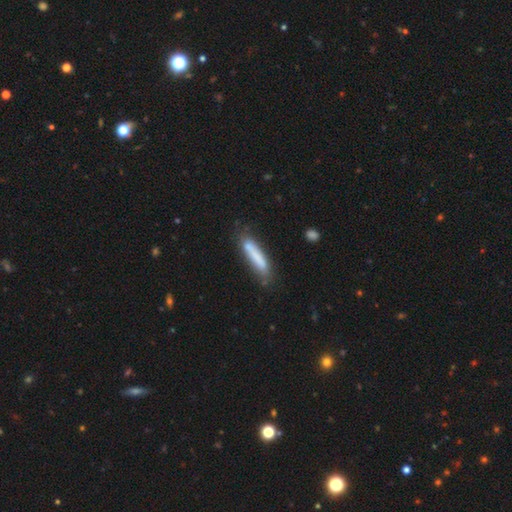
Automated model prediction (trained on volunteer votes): Smooth or featured?
  - smooth: 74% *
  - featured or disk: 19%
  - star or artifact: 7%
How rounded?
  - cigar-shaped: 87% *
  - in between: 11%
  - round: 1%
Merging?
  - none: 68% *
  - minor disturbance: 21%
  - major disturbance: 6%
  - merger: 4%